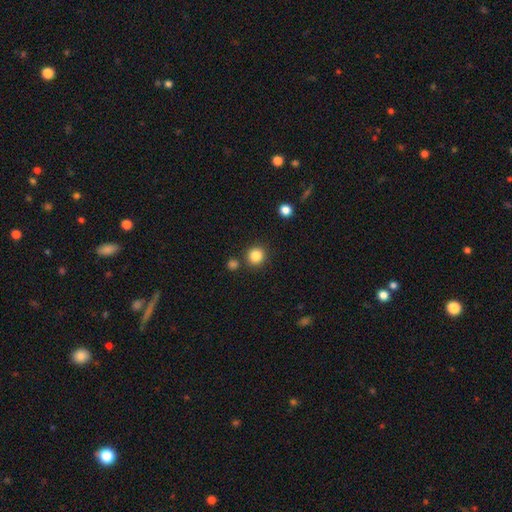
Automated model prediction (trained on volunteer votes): This is clearly a smooth galaxy (85%). How rounded: clearly round (90%). Merging: clearly none (85%).